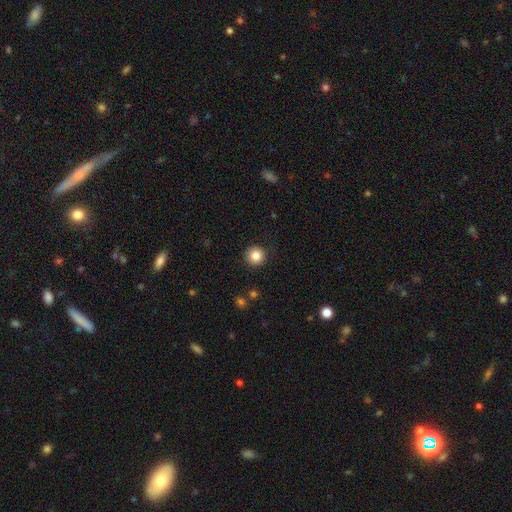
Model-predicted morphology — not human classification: Overall: smooth (85%). How rounded: round (95%). Merging: none (91%).